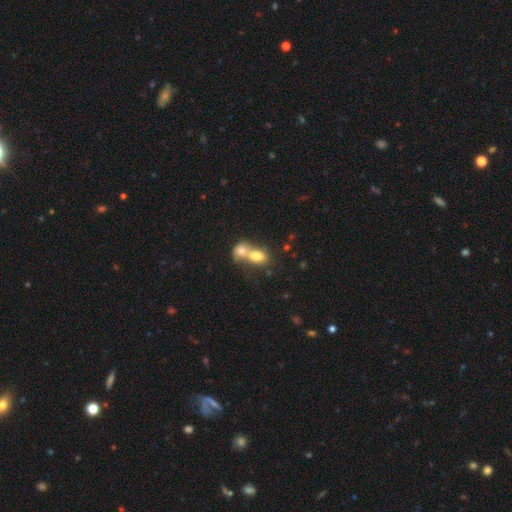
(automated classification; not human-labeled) smooth 74%, featured or disk 17%, star or artifact 9%. Down the decision tree: how rounded — in between (74%); merging — merger (75%).